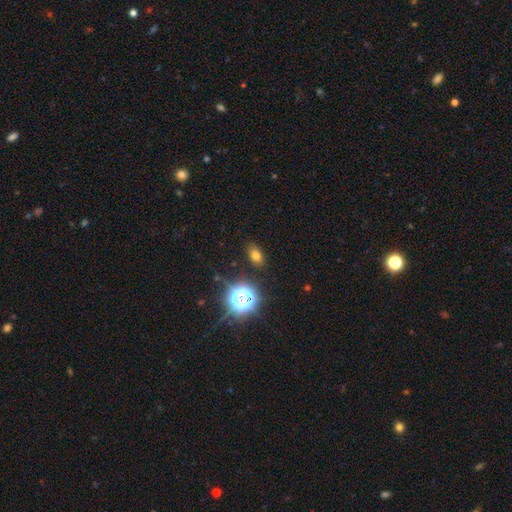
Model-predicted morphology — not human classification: smooth_or_featured: smooth (p=0.69) [alt: star or artifact p=0.22]
how_rounded: in between (p=0.79) [alt: round p=0.19]
merging: none (p=0.85) [alt: minor disturbance p=0.09]